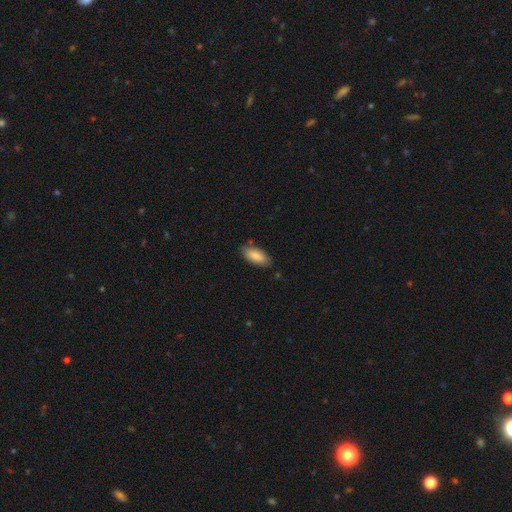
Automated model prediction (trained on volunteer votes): The model was most divided on "merging": none: 81%, minor disturbance: 14%, major disturbance: 3%, merger: 2%. More confident: how rounded — in between (88%); smooth or featured — smooth (86%).